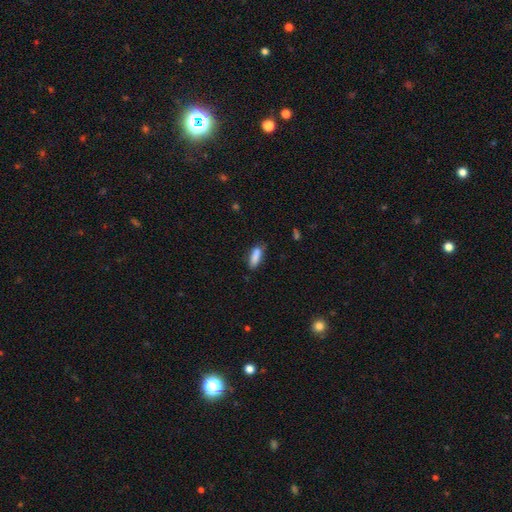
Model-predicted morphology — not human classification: smooth_or_featured: smooth (p=0.86) [alt: star or artifact p=0.07]
how_rounded: in between (p=0.51) [alt: cigar-shaped p=0.47]
merging: none (p=0.73) [alt: minor disturbance p=0.20]